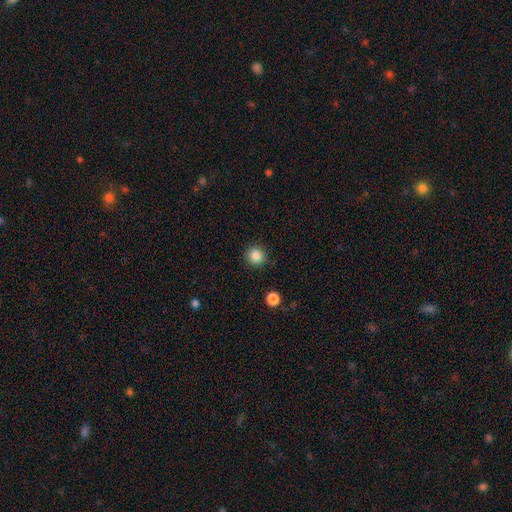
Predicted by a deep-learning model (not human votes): Smooth or featured?
  - smooth: 86% *
  - star or artifact: 11%
  - featured or disk: 4%
How rounded?
  - round: 94% *
  - in between: 6%
  - cigar-shaped: 1%
Merging?
  - none: 90% *
  - minor disturbance: 6%
  - major disturbance: 2%
  - merger: 1%